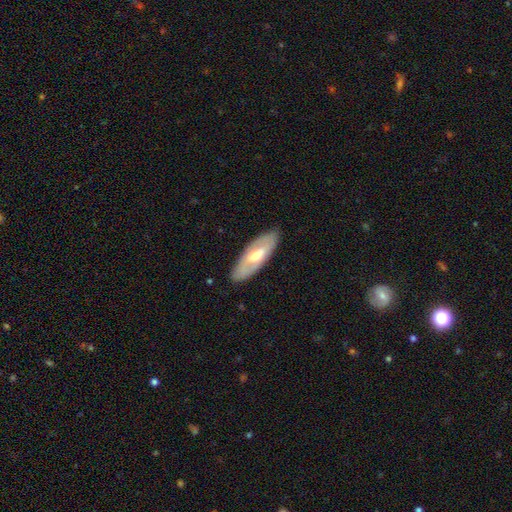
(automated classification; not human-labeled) Q: Smooth or featured?
A: featured or disk (54%); runner-up: smooth (41%)
Q: Edge-on disk?
A: no (73%); runner-up: yes (27%)
Q: Merging?
A: none (86%); runner-up: minor disturbance (11%)